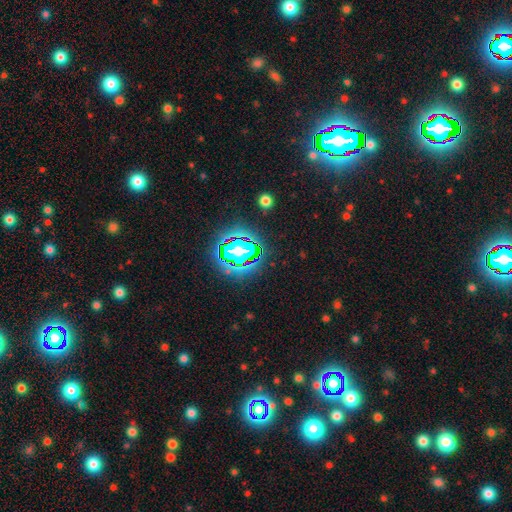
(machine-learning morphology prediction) A star or artifact, not a galaxy (81%).